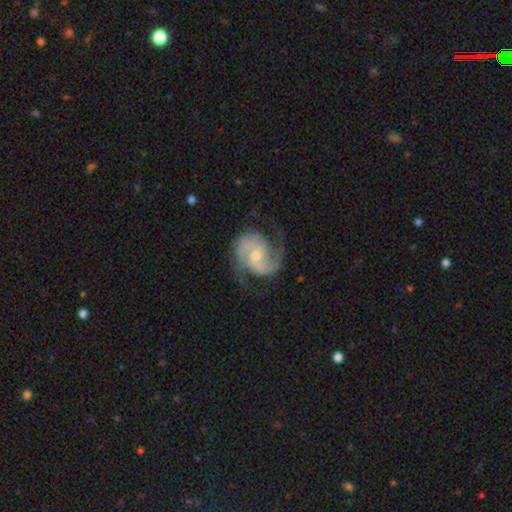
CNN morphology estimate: Smooth or featured?
  - featured or disk: 90% *
  - smooth: 5%
  - star or artifact: 5%
Edge-on disk?
  - no: 98% *
  - yes: 2%
Bar?
  - no: 56% *
  - weak: 35%
  - strong: 9%
Spiral arms?
  - yes: 98% *
  - no: 2%
Spiral winding?
  - medium: 52% *
  - tight: 32%
  - loose: 15%
Spiral arm count?
  - 2: 83% *
  - 3: 7%
  - can't tell: 4%
  - 1: 2%
  - 4: 2%
  - more than 4: 2%
Bulge size?
  - moderate: 48% *
  - small: 47%
  - none: 2%
  - large: 2%
  - dominant: 1%
Merging?
  - none: 72% *
  - minor disturbance: 18%
  - major disturbance: 9%
  - merger: 1%